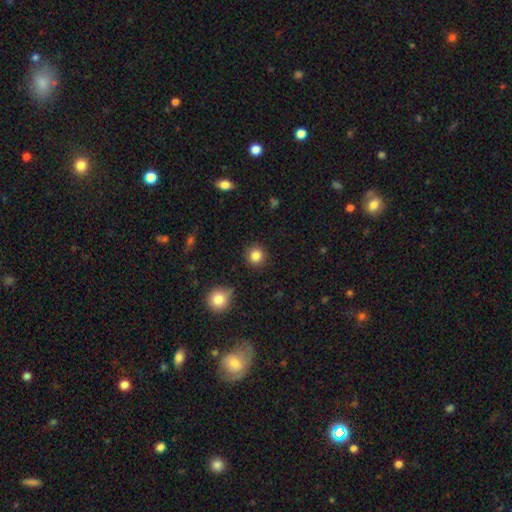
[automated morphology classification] Q: Smooth or featured?
A: smooth (86%); runner-up: star or artifact (10%)
Q: How rounded?
A: round (92%); runner-up: in between (7%)
Q: Merging?
A: none (89%); runner-up: minor disturbance (7%)